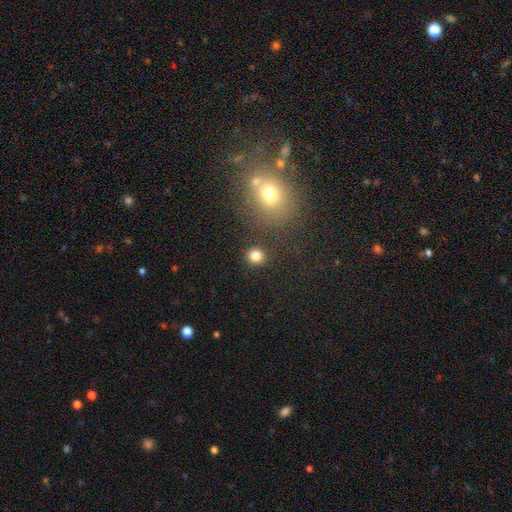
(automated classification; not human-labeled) Smooth or featured?
  - smooth: 82% *
  - star or artifact: 13%
  - featured or disk: 5%
How rounded?
  - round: 89% *
  - in between: 10%
  - cigar-shaped: 1%
Merging?
  - none: 87% *
  - minor disturbance: 6%
  - merger: 4%
  - major disturbance: 3%